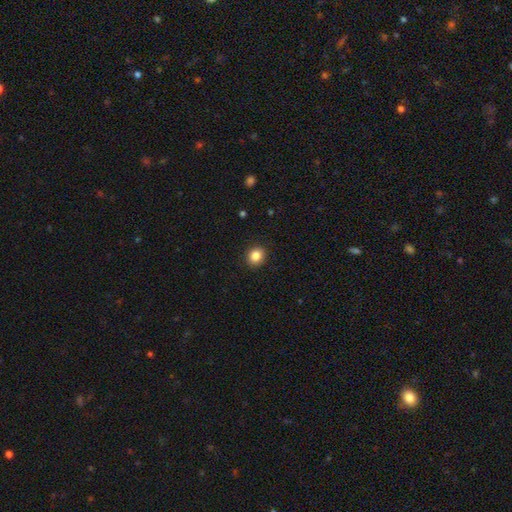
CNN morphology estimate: This appears to be a smooth galaxy with no disk features (86%) that is round (79%). Merging: none (91%).